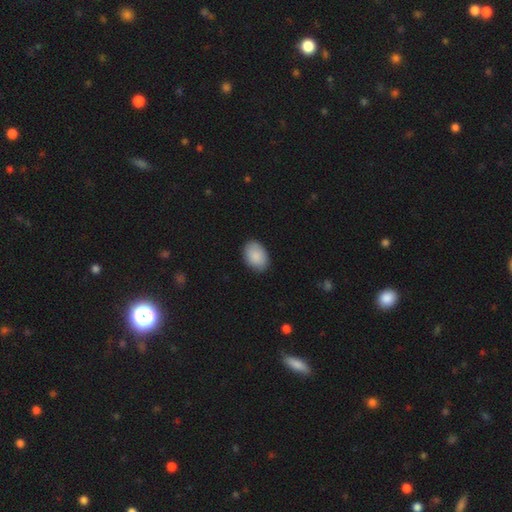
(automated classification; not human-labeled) A smooth galaxy with no disk features (89%) that is in between round and cigar-shaped (85%). Merging: none (86%).